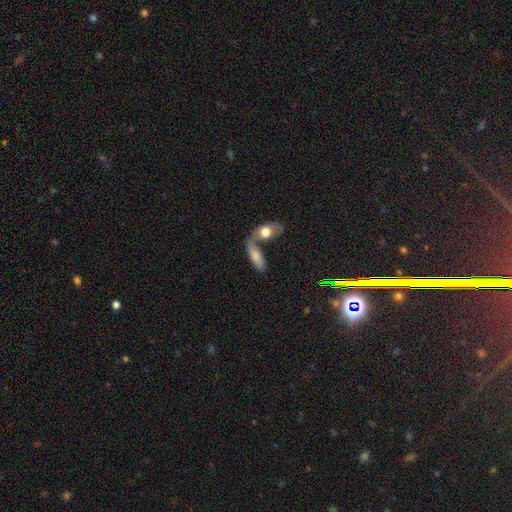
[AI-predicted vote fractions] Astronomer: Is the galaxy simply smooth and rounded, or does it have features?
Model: smooth — 70%.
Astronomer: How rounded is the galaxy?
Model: in between — 71%.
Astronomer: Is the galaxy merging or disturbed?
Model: merger — 55%.